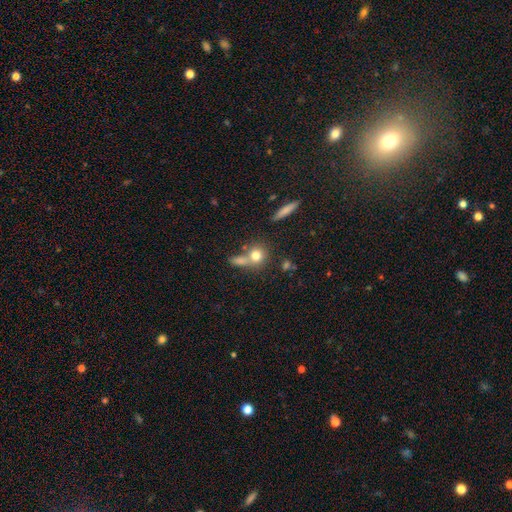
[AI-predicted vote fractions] Morphology: type=smooth (76%); roundness=round (76%); merging=none (53%).